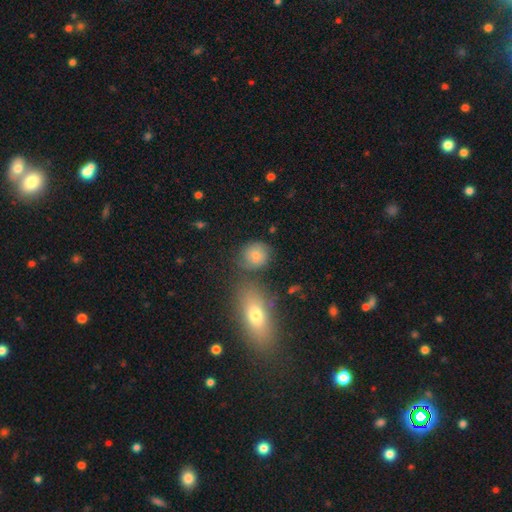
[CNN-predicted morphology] Smooth or featured?
  - smooth: 71% *
  - featured or disk: 17%
  - star or artifact: 12%
How rounded?
  - round: 77% *
  - in between: 22%
  - cigar-shaped: 1%
Merging?
  - none: 62% *
  - minor disturbance: 16%
  - merger: 15%
  - major disturbance: 6%